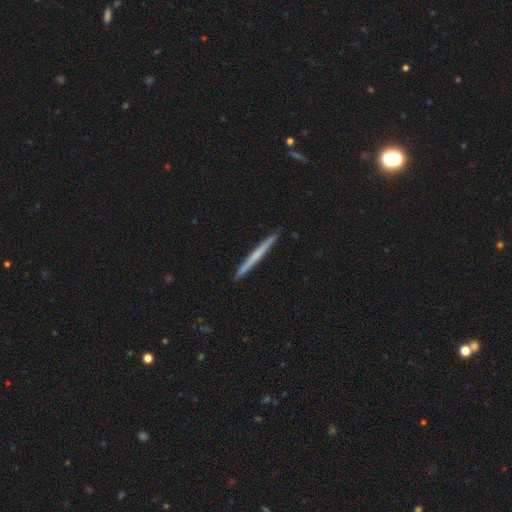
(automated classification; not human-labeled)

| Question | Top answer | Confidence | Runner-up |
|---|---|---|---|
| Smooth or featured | smooth | 51% | featured or disk (44%) |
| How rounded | cigar-shaped | 97% | in between (1%) |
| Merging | none | 93% | minor disturbance (5%) |